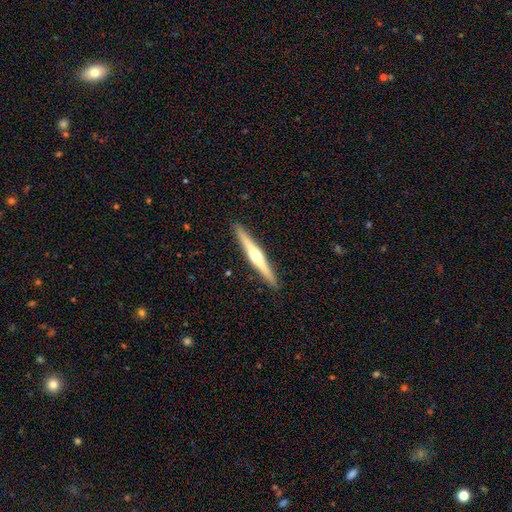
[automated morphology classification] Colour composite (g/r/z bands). It shows a featured or disk galaxy (71%) viewed edge-on (98%) with a rounded central bulge (90%). Merging: none (92%).